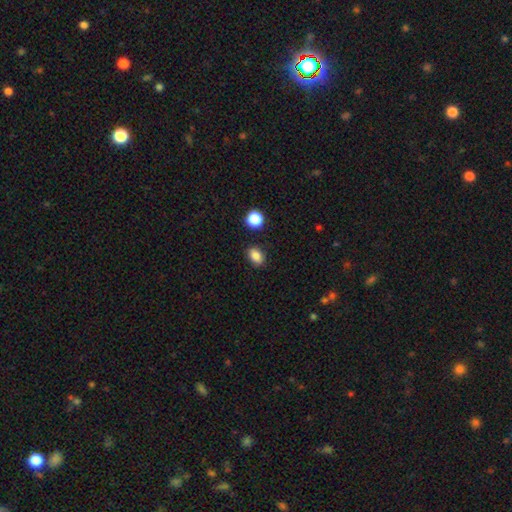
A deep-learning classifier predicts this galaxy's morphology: Smooth or featured?
  - smooth: 84% *
  - star or artifact: 10%
  - featured or disk: 5%
How rounded?
  - in between: 74% *
  - round: 24%
  - cigar-shaped: 2%
Merging?
  - none: 84% *
  - minor disturbance: 11%
  - merger: 3%
  - major disturbance: 2%